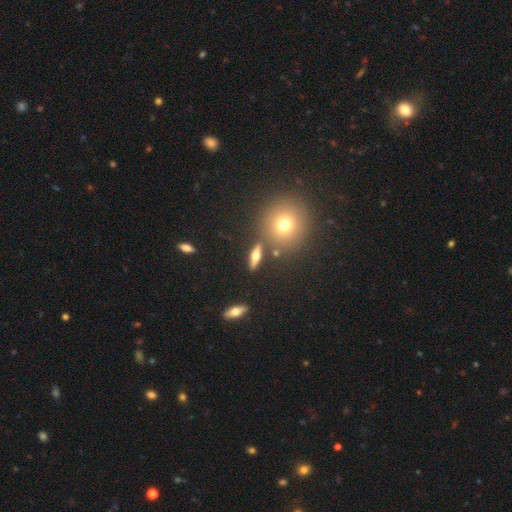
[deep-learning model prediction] Smooth or featured?
  - featured or disk: 50% *
  - smooth: 38%
  - star or artifact: 12%
Merging?
  - none: 82% *
  - minor disturbance: 9%
  - merger: 6%
  - major disturbance: 3%